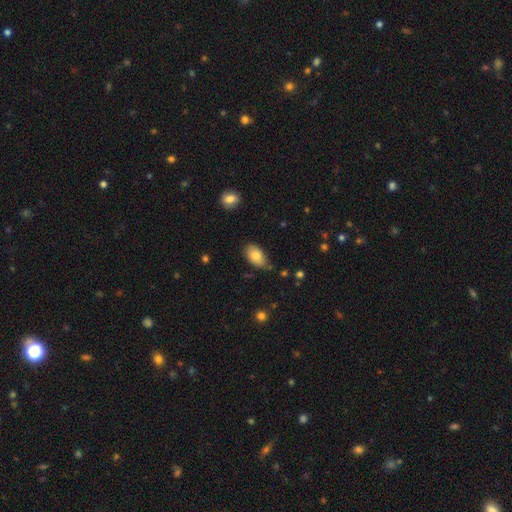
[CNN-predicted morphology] A smooth galaxy with no disk features (82%) that is in between round and cigar-shaped (93%). Merging: none (69%).